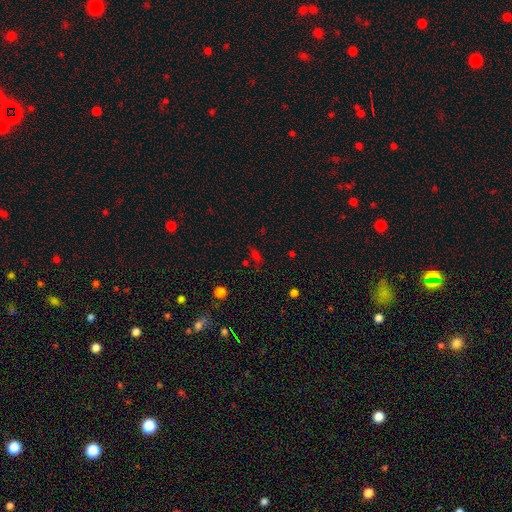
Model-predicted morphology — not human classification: smooth 53%, star or artifact 37%, featured or disk 10%. Down the decision tree: how rounded — in between (63%); merging — none (67%).